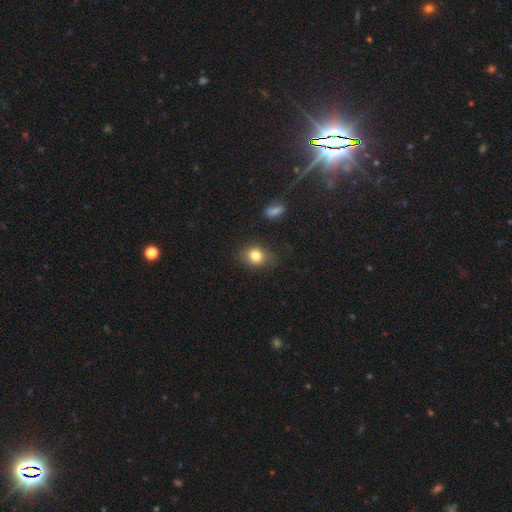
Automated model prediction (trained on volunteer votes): Smooth or featured? Predicted: smooth (p=0.81). How rounded? Predicted: round (p=0.55). Merging? Predicted: none (p=0.74).